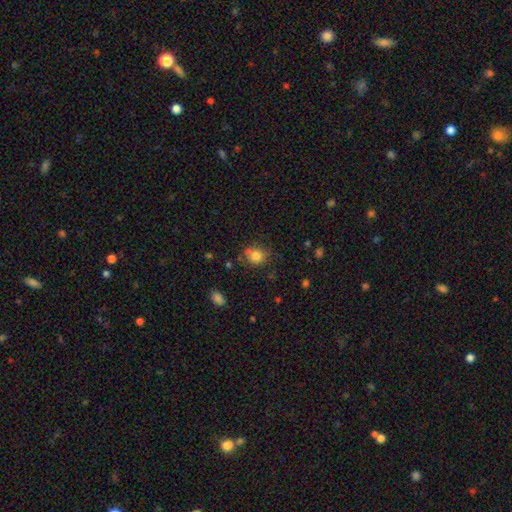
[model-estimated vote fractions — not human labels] Smooth or featured? Predicted: smooth (p=0.80). How rounded? Predicted: round (p=0.75). Merging? Predicted: none (p=0.67).